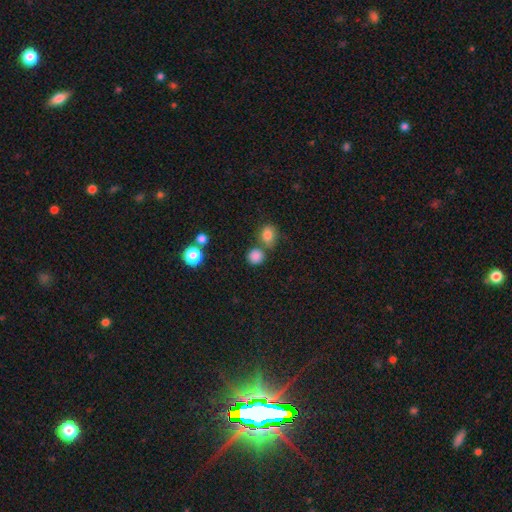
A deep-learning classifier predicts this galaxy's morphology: Smooth or featured? Predicted: smooth (p=0.82). How rounded? Predicted: round (p=0.88). Merging? Predicted: none (p=0.68).